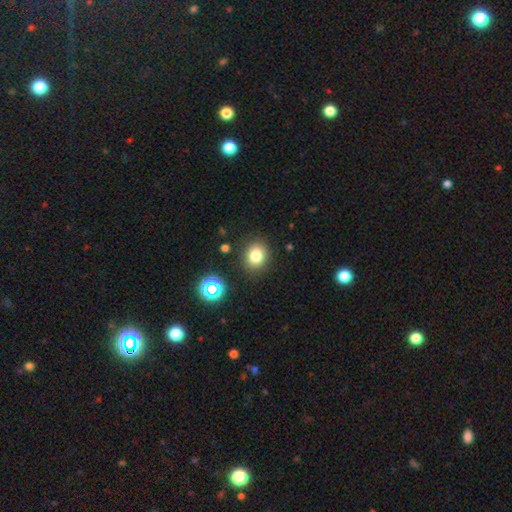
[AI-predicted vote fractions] This is likely a smooth galaxy (78%). How rounded: likely round (70%). Merging: clearly none (87%).